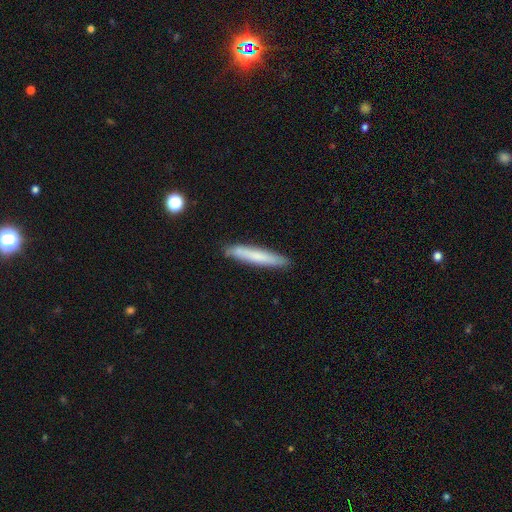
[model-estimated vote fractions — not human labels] smooth-or-featured: smooth: 70% | featured or disk: 24% | star or artifact: 6%
  how-rounded: cigar-shaped: 94% | in between: 5% | round: 1%
  merging: none: 85% | minor disturbance: 11% | merger: 2% | major disturbance: 2%